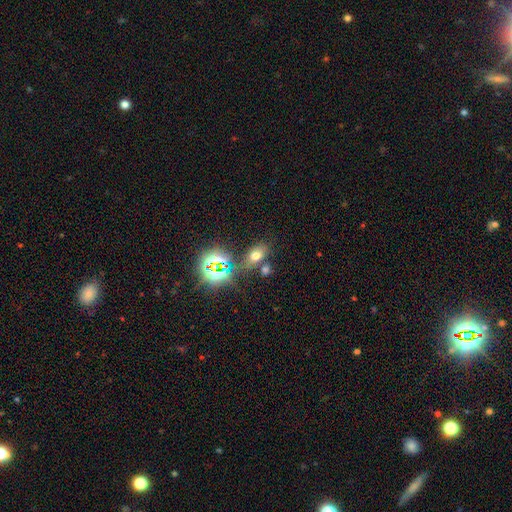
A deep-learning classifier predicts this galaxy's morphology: type=smooth (58%); roundness=in between (81%); merging=none (69%).